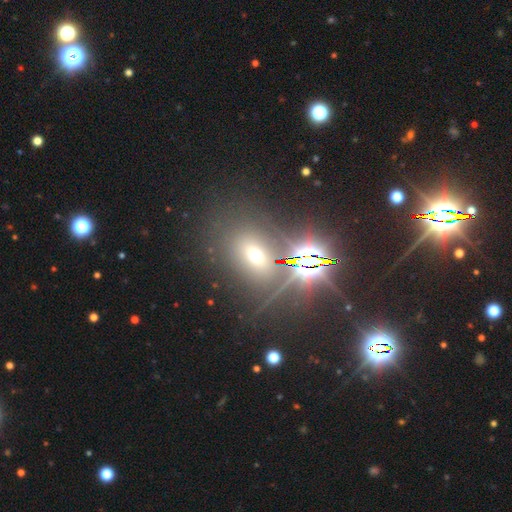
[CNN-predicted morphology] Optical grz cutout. It shows a smooth galaxy with no disk features (42%). Merging: none (74%).